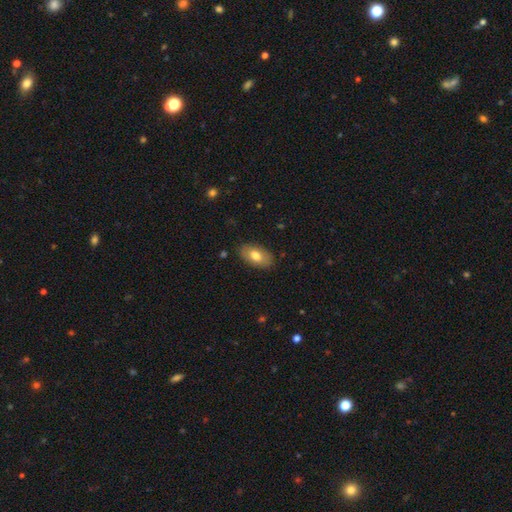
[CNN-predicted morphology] smooth_or_featured: smooth (p=0.74) [alt: featured or disk p=0.19]
how_rounded: in between (p=0.93) [alt: round p=0.04]
merging: none (p=0.85) [alt: minor disturbance p=0.11]